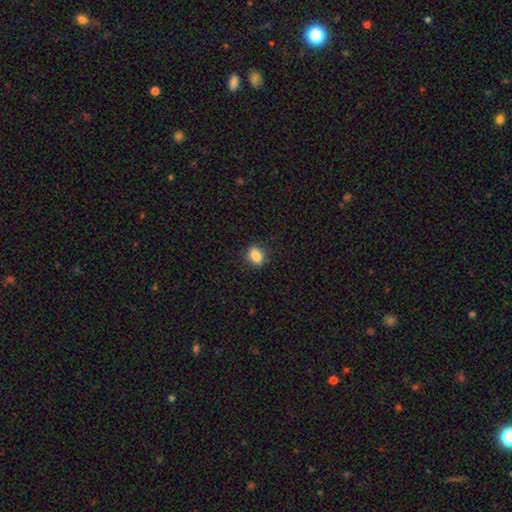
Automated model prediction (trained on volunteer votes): Smooth or featured: smooth — 85% (star or artifact — 9%)
How rounded: in between — 64% (round — 33%)
Merging: none — 86% (minor disturbance — 10%)